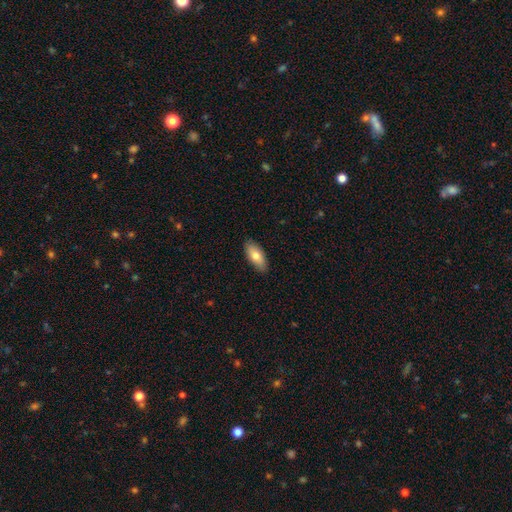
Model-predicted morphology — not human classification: A smooth galaxy with no disk features (77%) that is in between round and cigar-shaped (87%). Merging: none (87%).